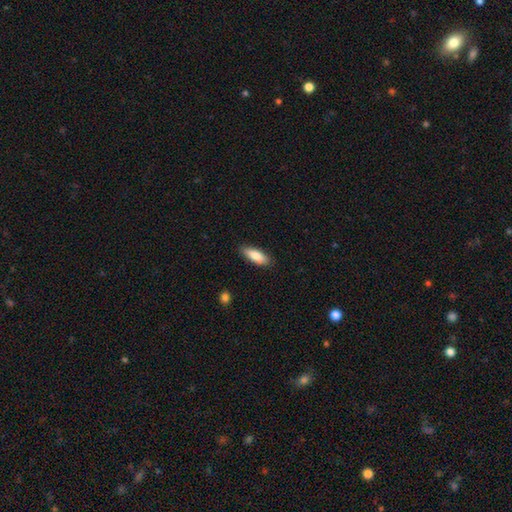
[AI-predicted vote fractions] Morphology: type=smooth (83%); roundness=in between (62%); merging=none (87%).